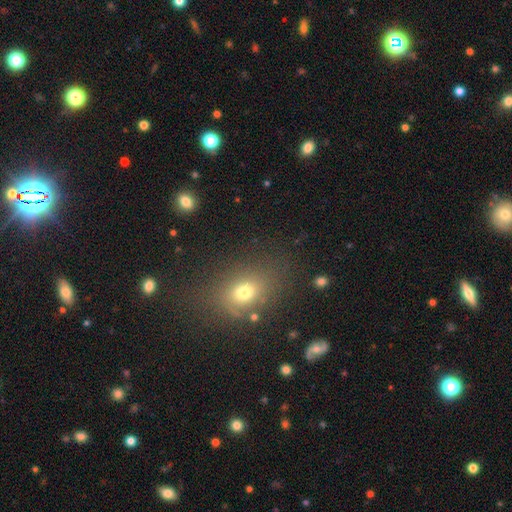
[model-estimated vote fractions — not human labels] The model was most divided on "how rounded": in between: 65%, round: 33%, cigar-shaped: 3%. More confident: merging — none (81%); smooth or featured — smooth (64%).